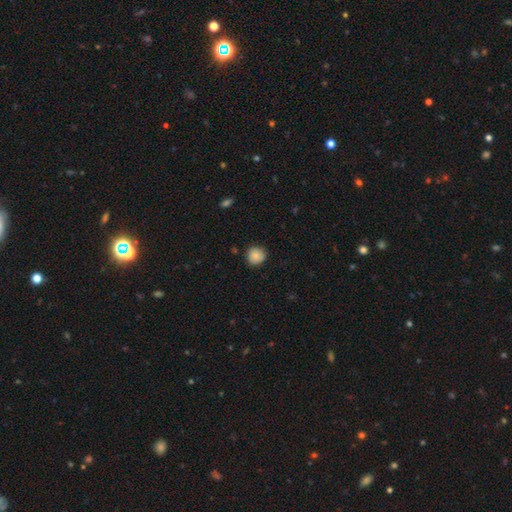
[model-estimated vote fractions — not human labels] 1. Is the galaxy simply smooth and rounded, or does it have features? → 85% smooth, 8% star or artifact, 7% featured or disk.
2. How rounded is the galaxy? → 92% round, 7% in between, 1% cigar-shaped.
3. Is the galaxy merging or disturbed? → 84% none, 12% minor disturbance, 2% major disturbance, 1% merger.